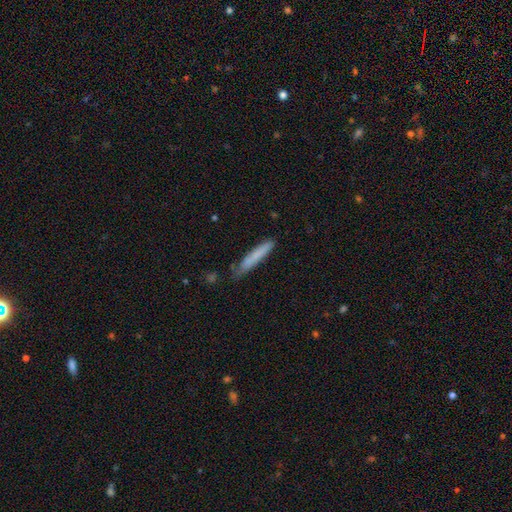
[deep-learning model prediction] Smooth or featured? smooth (73%)
How rounded? cigar-shaped (94%)
Merging? none (74%)